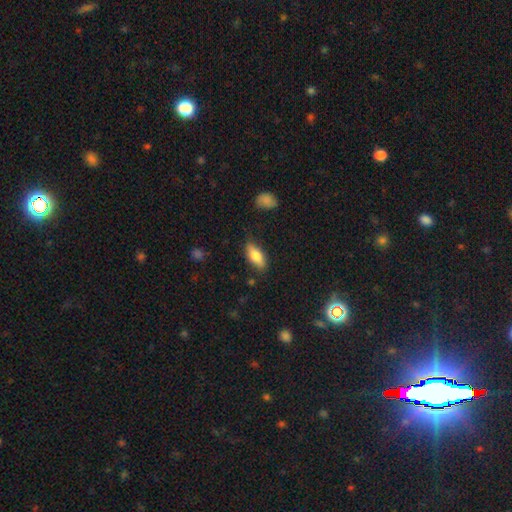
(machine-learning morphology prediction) smooth-or-featured: smooth: 76% | featured or disk: 17% | star or artifact: 7%
  how-rounded: in between: 80% | cigar-shaped: 17% | round: 3%
  merging: none: 77% | minor disturbance: 17% | major disturbance: 4% | merger: 2%